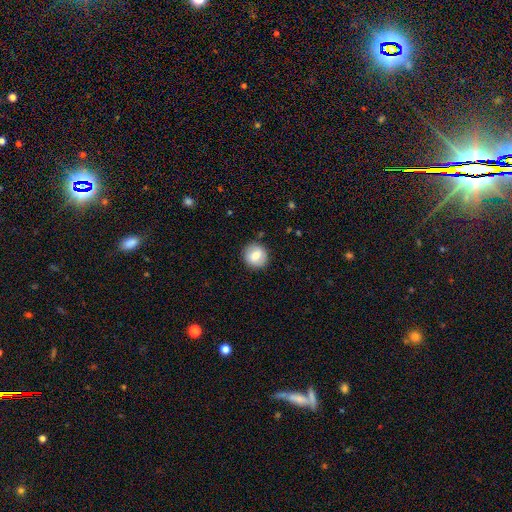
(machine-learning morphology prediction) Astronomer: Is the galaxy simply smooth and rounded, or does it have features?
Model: smooth — 76%.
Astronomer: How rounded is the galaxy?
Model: round — 89%.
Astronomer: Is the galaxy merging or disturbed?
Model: none — 88%.